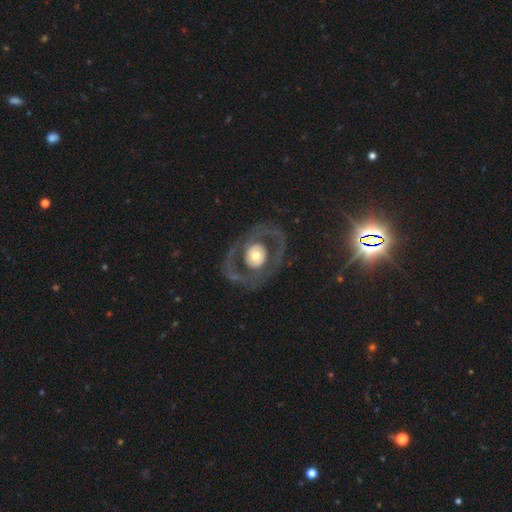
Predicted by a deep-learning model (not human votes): A featured or disk galaxy (72%) with no bar (77%), no spiral arms (55%) and a moderate central bulge (57%).

Vote fractions:
- Smooth or featured? featured or disk: 72% / smooth: 23% / star or artifact: 5%
- Edge-on disk? no: 95% / yes: 5%
- Bar? no: 77% / weak: 15% / strong: 7%
- Spiral arms? no: 55% / yes: 45%
- Bulge size? moderate: 57% / large: 29% / small: 9% / dominant: 3% / none: 1%
- Merging? none: 72% / major disturbance: 16% / minor disturbance: 11% / merger: 1%